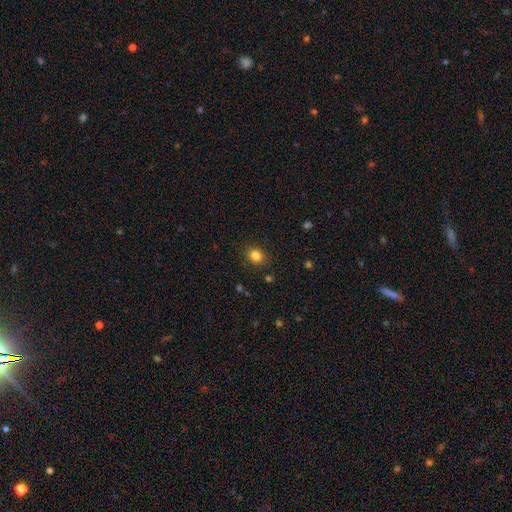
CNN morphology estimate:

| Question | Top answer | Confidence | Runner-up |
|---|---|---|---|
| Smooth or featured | smooth | 83% | star or artifact (12%) |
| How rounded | round | 66% | in between (33%) |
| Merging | none | 88% | minor disturbance (8%) |